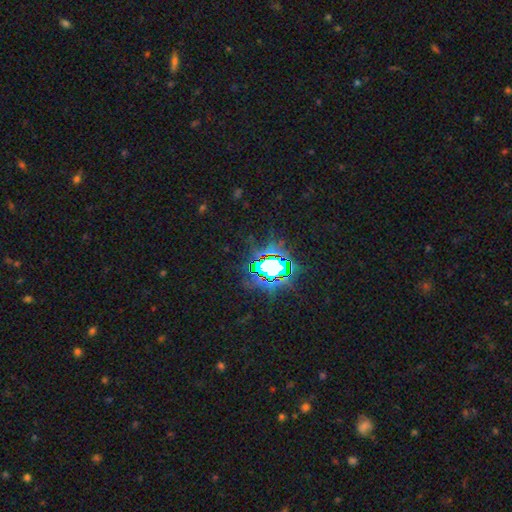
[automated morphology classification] This appears to be a star or artifact, not a galaxy (82%).